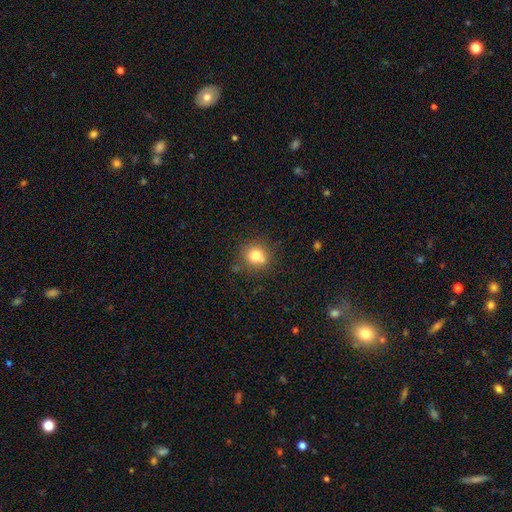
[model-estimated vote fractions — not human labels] Q: Smooth or featured?
A: smooth (76%); runner-up: star or artifact (13%)
Q: How rounded?
A: round (82%); runner-up: in between (17%)
Q: Merging?
A: none (70%); runner-up: minor disturbance (16%)